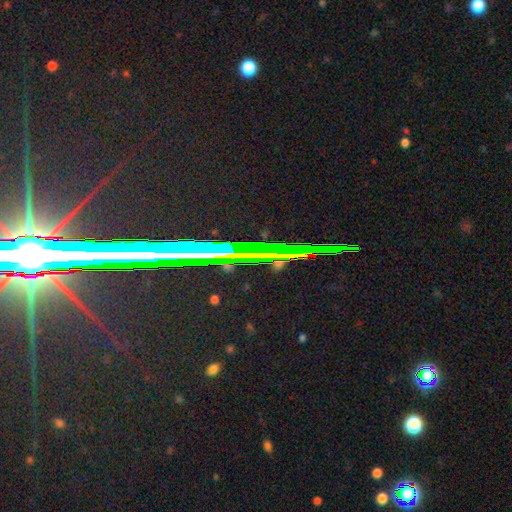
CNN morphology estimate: Smooth or featured: star or artifact — 77% (featured or disk — 15%)